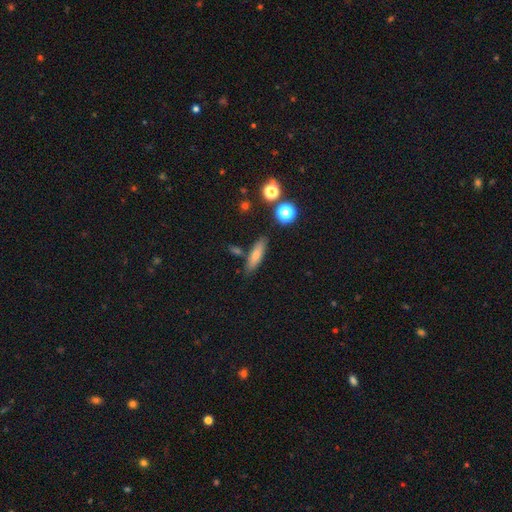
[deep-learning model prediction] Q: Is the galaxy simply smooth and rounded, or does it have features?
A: smooth — 74%.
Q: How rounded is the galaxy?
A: cigar-shaped — 64%.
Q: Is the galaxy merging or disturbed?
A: none — 79%.